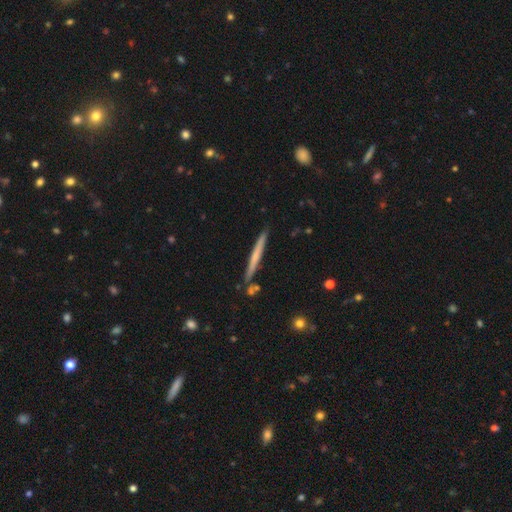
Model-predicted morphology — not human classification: The model was most divided on "smooth or featured": featured or disk: 48%, smooth: 47%, star or artifact: 6%. More confident: merging — none (86%).